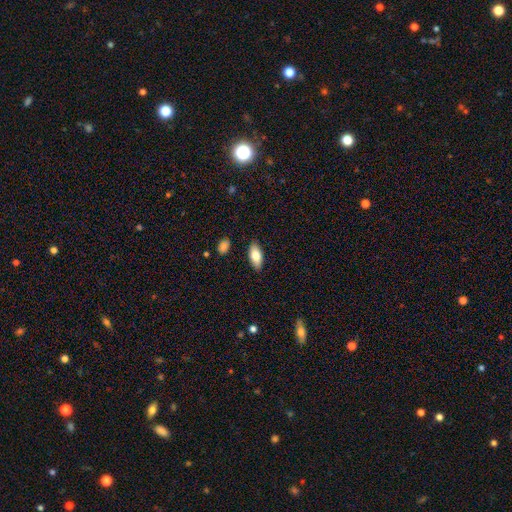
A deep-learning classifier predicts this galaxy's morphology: Smooth or featured: smooth — 80% (featured or disk — 13%)
How rounded: in between — 88% (cigar-shaped — 9%)
Merging: none — 87% (minor disturbance — 10%)